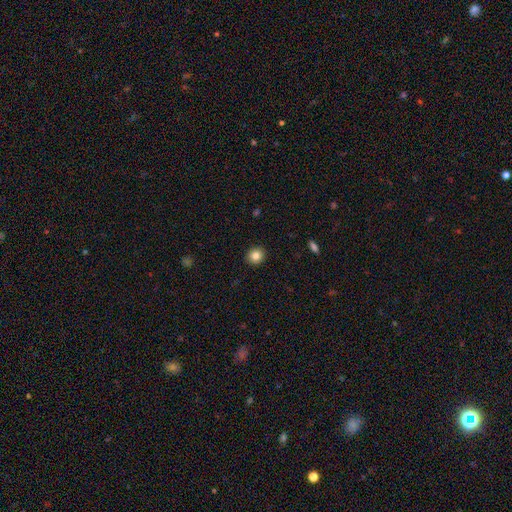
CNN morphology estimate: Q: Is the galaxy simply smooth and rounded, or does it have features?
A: smooth — 83%.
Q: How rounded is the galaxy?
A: round — 81%.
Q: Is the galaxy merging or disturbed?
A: none — 92%.